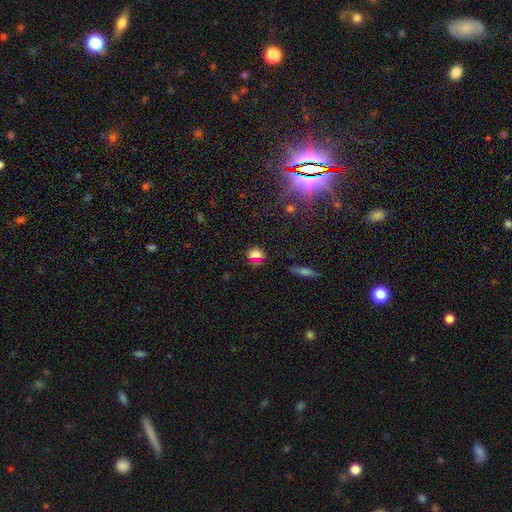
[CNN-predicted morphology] The model was most divided on "how rounded": round: 60%, in between: 38%, cigar-shaped: 2%. More confident: smooth or featured — smooth (71%); merging — none (68%).